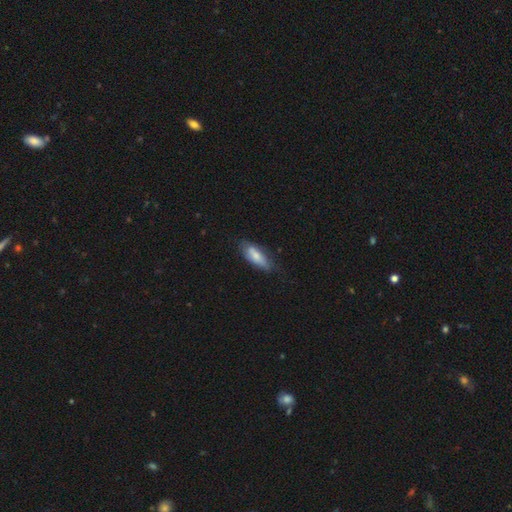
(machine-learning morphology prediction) smooth-or-featured: smooth: 68% | featured or disk: 26% | star or artifact: 6%
  how-rounded: in between: 68% | cigar-shaped: 30% | round: 2%
  merging: none: 63% | minor disturbance: 27% | major disturbance: 7% | merger: 2%